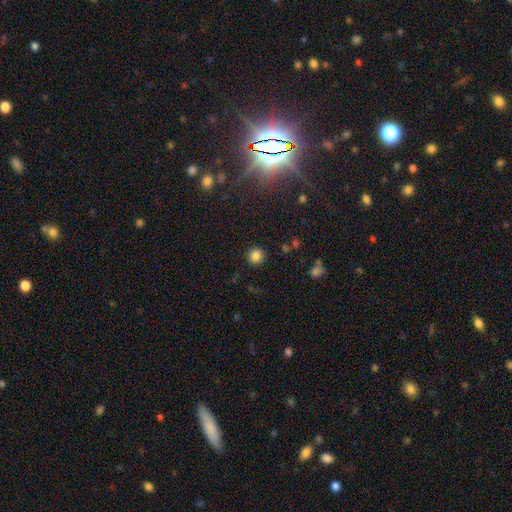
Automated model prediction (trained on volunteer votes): Smooth or featured: smooth — 84% (star or artifact — 11%)
How rounded: round — 93% (in between — 6%)
Merging: none — 90% (minor disturbance — 6%)